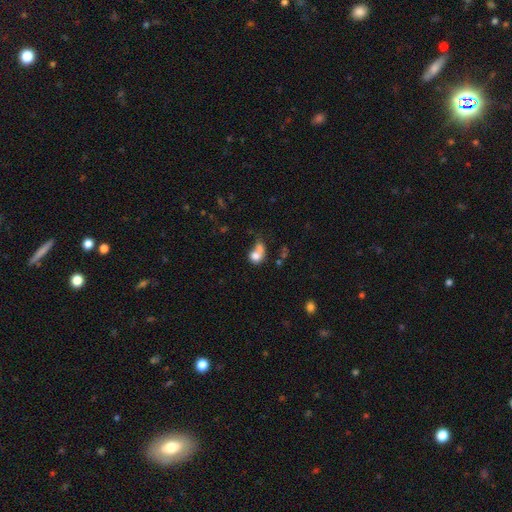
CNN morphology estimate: A smooth galaxy with no disk features (74%) that is round (55%).

Vote fractions:
- Smooth or featured? smooth: 74% / featured or disk: 16% / star or artifact: 10%
- How rounded? round: 55% / in between: 43% / cigar-shaped: 2%
- Merging? merger: 43% / none: 25% / major disturbance: 17% / minor disturbance: 14%